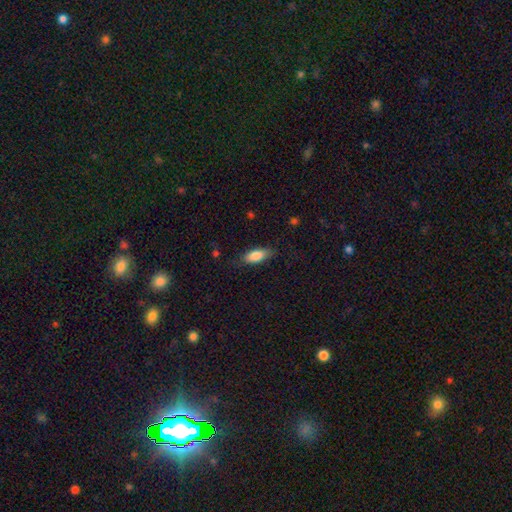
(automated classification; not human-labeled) Overall: smooth (84%). How rounded: in between (77%). Merging: none (78%).